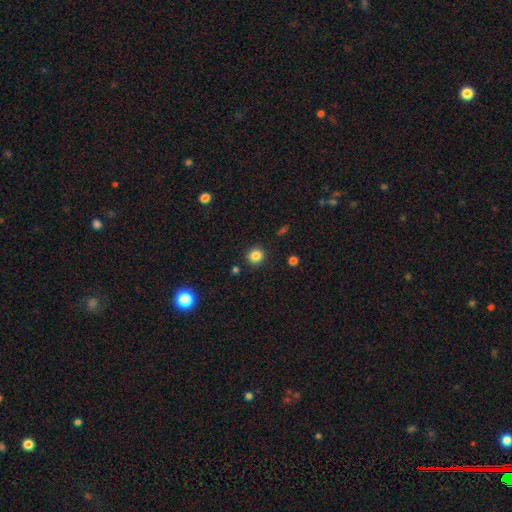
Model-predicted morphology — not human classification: smooth-or-featured: smooth: 83% | star or artifact: 12% | featured or disk: 5%
  how-rounded: round: 85% | in between: 14% | cigar-shaped: 1%
  merging: none: 89% | minor disturbance: 6% | merger: 2% | major disturbance: 2%